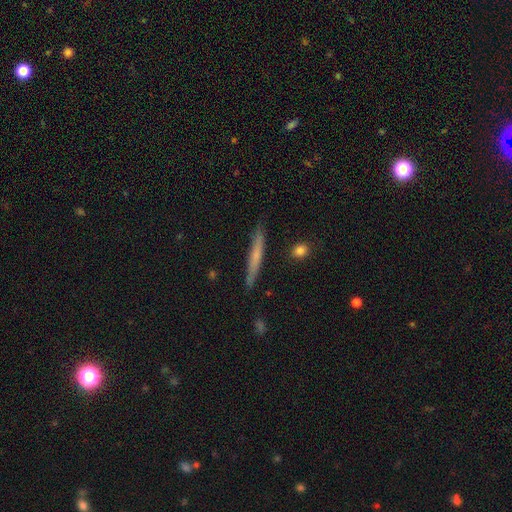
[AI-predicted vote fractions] Morphology: type=smooth (52%); roundness=cigar-shaped (96%); merging=none (88%).